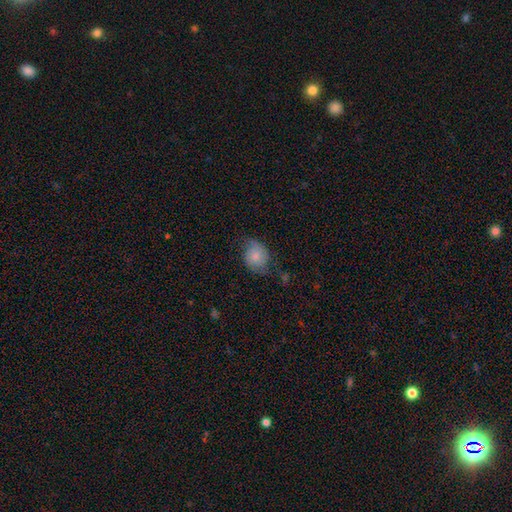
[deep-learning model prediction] Overall: smooth (69%). How rounded: round (57%; in between 42%). Merging: none (53%; minor disturbance 33%).